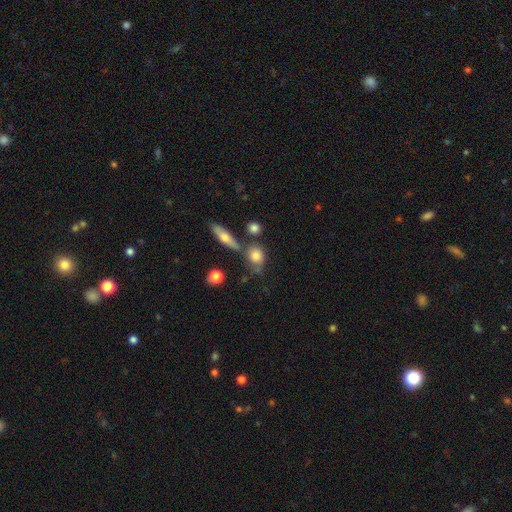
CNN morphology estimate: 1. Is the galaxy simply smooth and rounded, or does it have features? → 76% smooth, 15% featured or disk, 9% star or artifact.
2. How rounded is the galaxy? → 54% round, 39% in between, 6% cigar-shaped.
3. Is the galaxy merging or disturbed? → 54% none, 20% minor disturbance, 19% merger, 7% major disturbance.